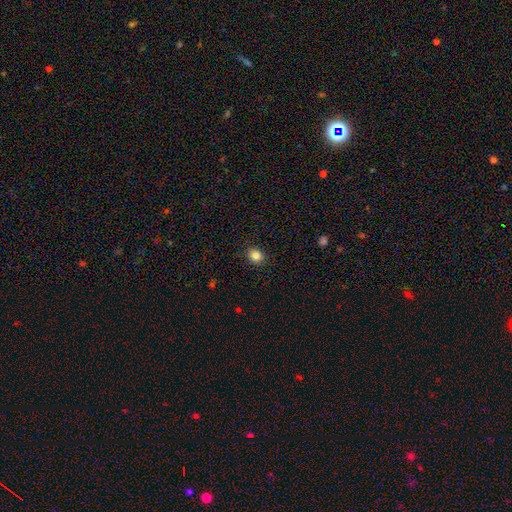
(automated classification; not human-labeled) smooth-or-featured: smooth: 84% | star or artifact: 11% | featured or disk: 4%
  how-rounded: round: 76% | in between: 23% | cigar-shaped: 1%
  merging: none: 90% | minor disturbance: 7% | major disturbance: 2% | merger: 1%